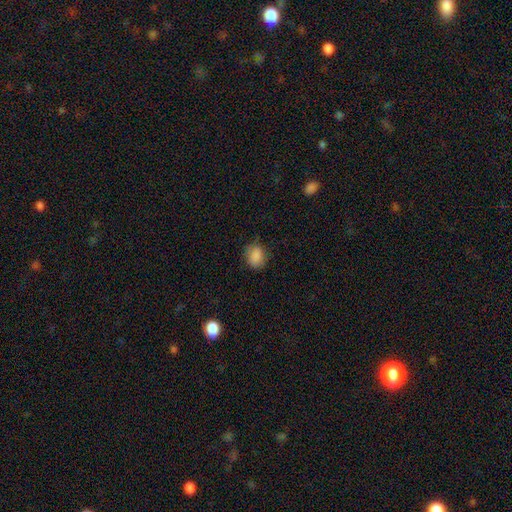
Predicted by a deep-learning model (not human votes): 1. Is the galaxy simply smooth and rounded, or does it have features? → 86% smooth, 9% star or artifact, 5% featured or disk.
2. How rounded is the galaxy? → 51% in between, 48% round, 1% cigar-shaped.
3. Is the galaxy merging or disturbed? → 77% none, 17% minor disturbance, 5% major disturbance, 1% merger.